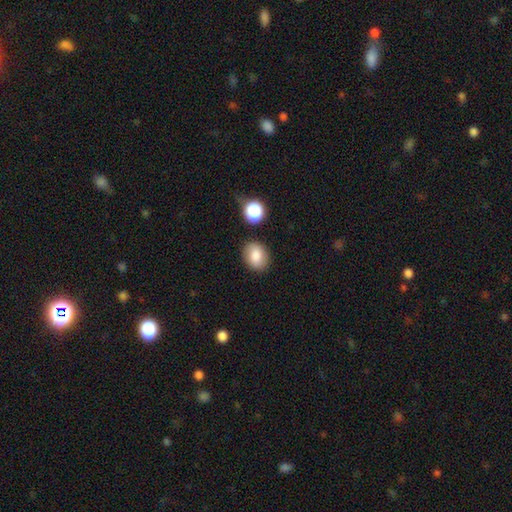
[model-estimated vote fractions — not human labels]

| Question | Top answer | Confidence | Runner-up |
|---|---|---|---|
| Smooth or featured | smooth | 82% | star or artifact (9%) |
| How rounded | in between | 59% | round (40%) |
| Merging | none | 83% | minor disturbance (11%) |